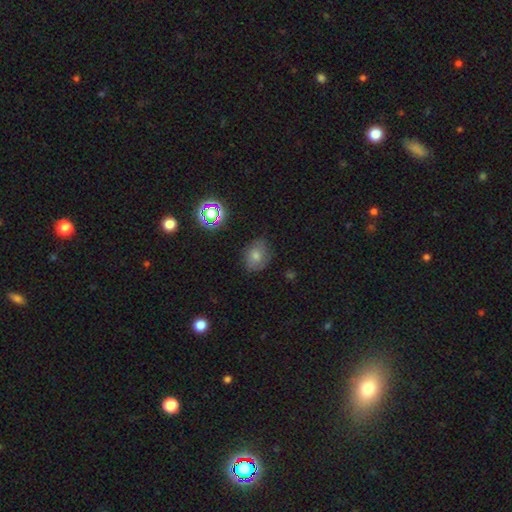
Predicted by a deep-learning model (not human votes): A smooth galaxy with no disk features (60%) that is in between round and cigar-shaped (52%).

Vote fractions:
- Smooth or featured? smooth: 60% / star or artifact: 21% / featured or disk: 19%
- How rounded? in between: 52% / round: 47% / cigar-shaped: 1%
- Merging? none: 75% / minor disturbance: 19% / major disturbance: 4% / merger: 2%